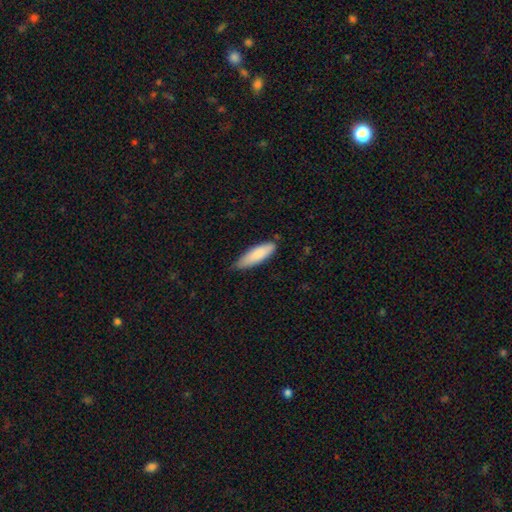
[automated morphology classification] Smooth or featured: smooth — 86% (featured or disk — 9%)
How rounded: cigar-shaped — 51% (in between — 47%)
Merging: none — 72% (minor disturbance — 23%)